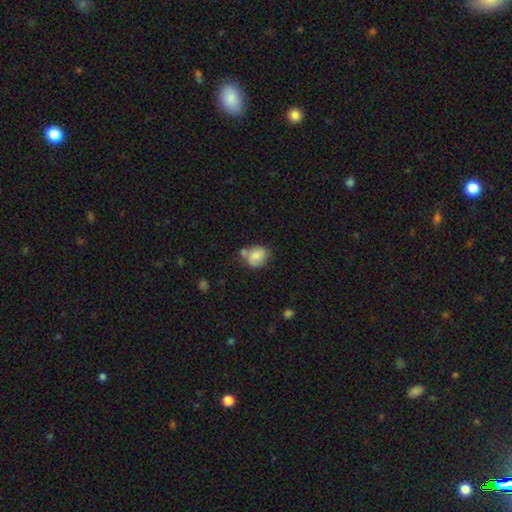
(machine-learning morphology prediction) This is likely a smooth galaxy (68%). How rounded: possibly round (59%). Merging: possibly none (50%).